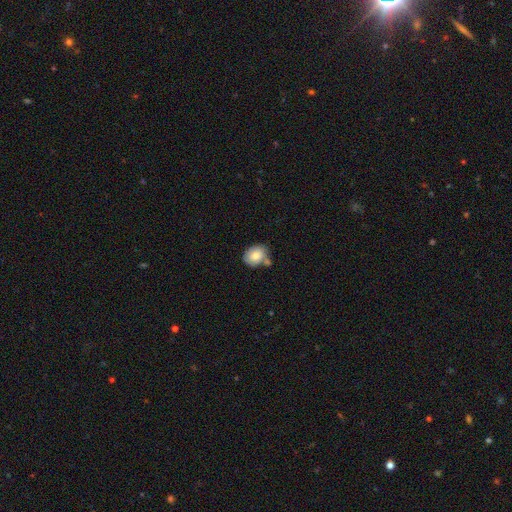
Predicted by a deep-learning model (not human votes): Overall: smooth (79%). How rounded: in between (54%; round 45%). Merging: none (51%; minor disturbance 23%).